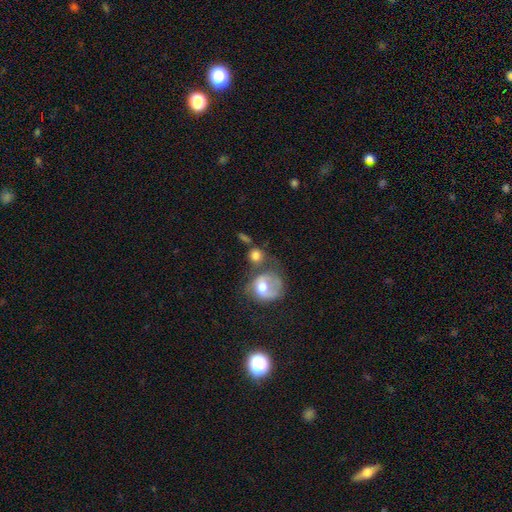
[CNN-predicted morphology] smooth-or-featured: smooth: 70% | featured or disk: 20% | star or artifact: 10%
  how-rounded: round: 74% | in between: 24% | cigar-shaped: 2%
  merging: none: 38% | merger: 32% | minor disturbance: 16% | major disturbance: 15%